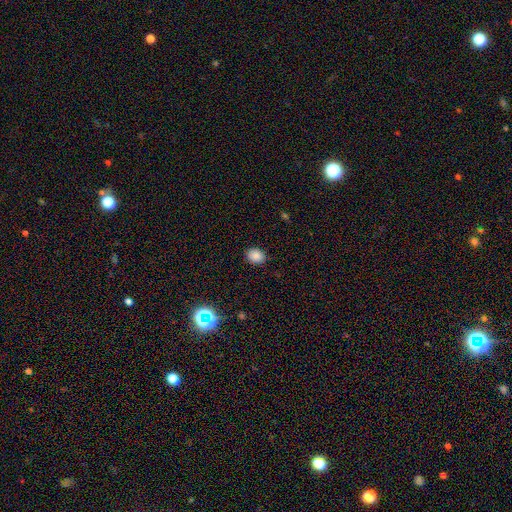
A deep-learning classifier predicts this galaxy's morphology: Overall: smooth (84%). How rounded: in between (50%; round 49%). Merging: none (88%).